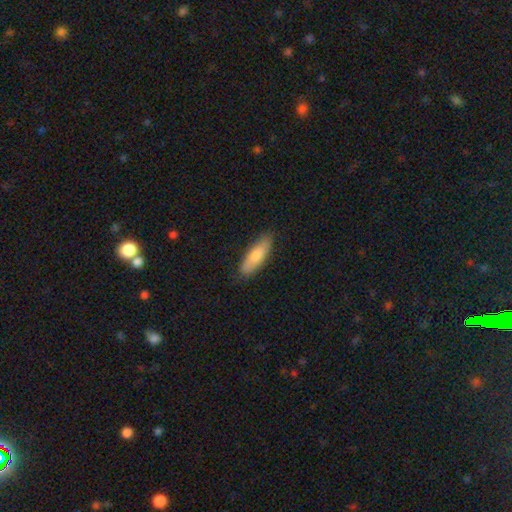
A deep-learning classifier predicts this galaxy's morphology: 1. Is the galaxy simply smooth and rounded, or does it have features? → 76% smooth, 19% featured or disk, 5% star or artifact.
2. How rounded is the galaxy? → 49% in between (tied), 49% cigar-shaped (tied), 2% round.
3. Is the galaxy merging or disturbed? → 85% none, 12% minor disturbance, 2% major disturbance, 1% merger.